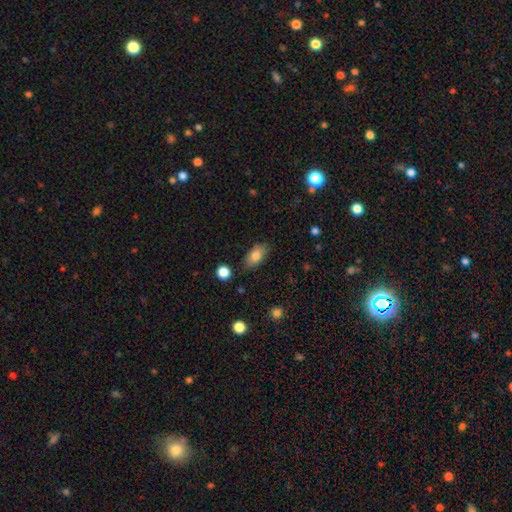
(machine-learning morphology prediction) Smooth or featured? smooth (80%)
How rounded? in between (89%)
Merging? none (83%)